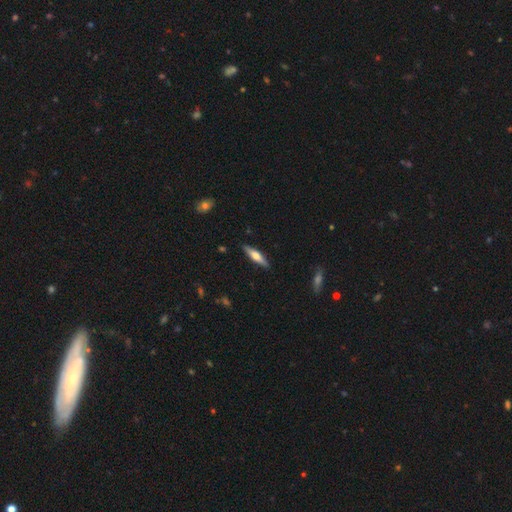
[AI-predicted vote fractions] This is possibly a featured or disk galaxy (48%). Merging: clearly none (89%).